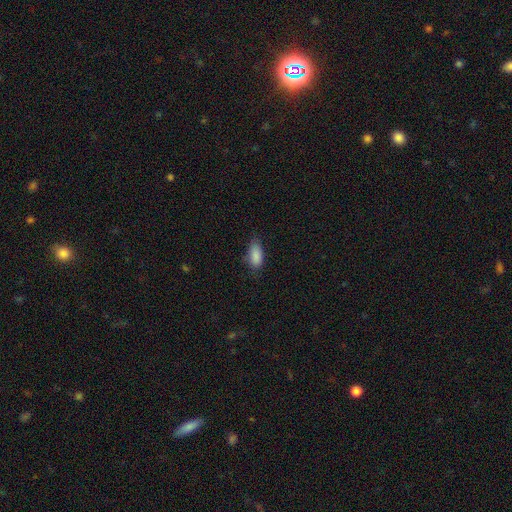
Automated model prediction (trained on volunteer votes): smooth-or-featured: smooth: 88% | star or artifact: 7% | featured or disk: 5%
  how-rounded: in between: 90% | cigar-shaped: 7% | round: 3%
  merging: none: 68% | minor disturbance: 25% | major disturbance: 6% | merger: 1%